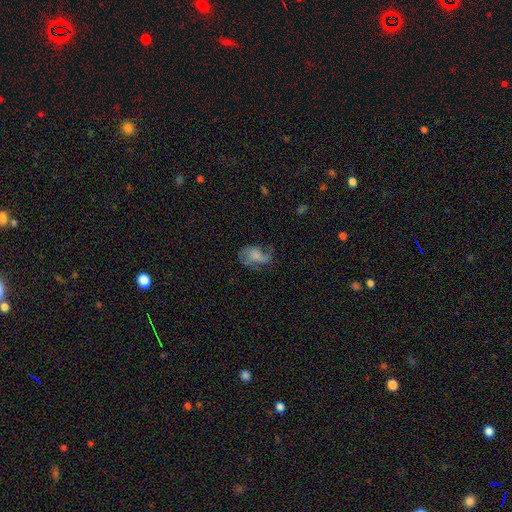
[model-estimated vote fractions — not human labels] The model was most divided on "merging": none: 36%, major disturbance: 34%, minor disturbance: 27%, merger: 3%. More confident: how rounded — in between (83%); smooth or featured — smooth (52%).